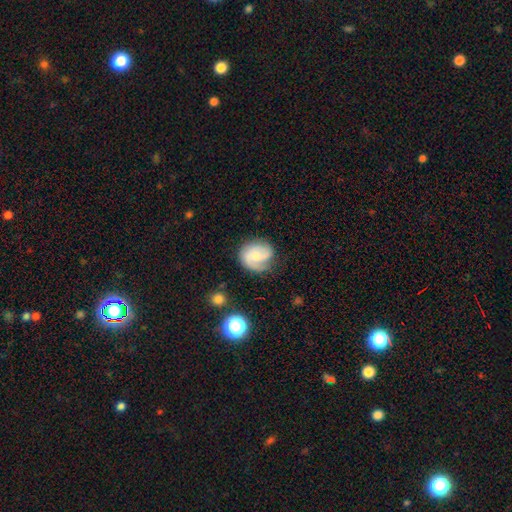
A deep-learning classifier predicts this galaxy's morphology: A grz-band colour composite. It shows a featured or disk galaxy (65%) with no bar (59%), 2 (55%) medium (42%) spiral arms (92%) and a moderate central bulge (49%). Merging: none (69%).